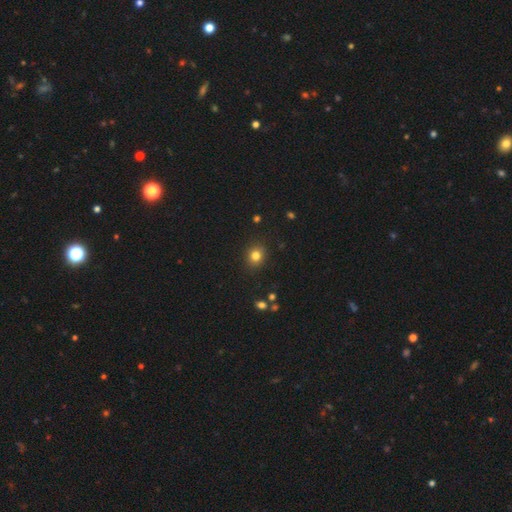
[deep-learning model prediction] smooth 81%, star or artifact 13%, featured or disk 6%. Down the decision tree: how rounded — round (74%); merging — none (89%).